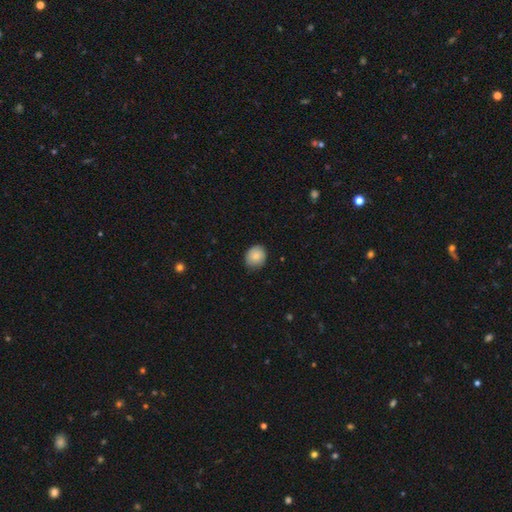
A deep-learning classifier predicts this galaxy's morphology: Smooth or featured? smooth (85%)
How rounded? round (71%)
Merging? none (80%)